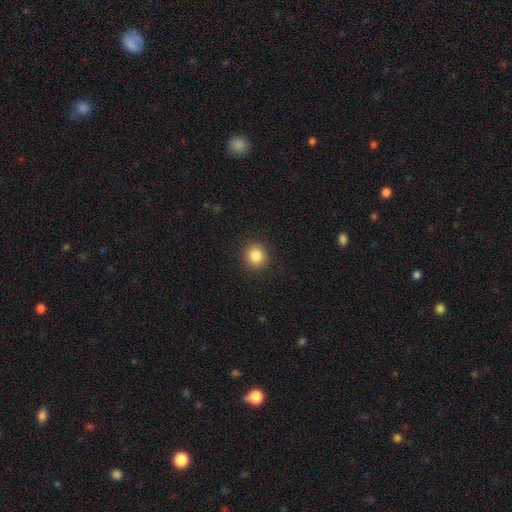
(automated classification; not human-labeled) This is clearly a smooth galaxy (85%). How rounded: clearly round (87%). Merging: clearly none (91%).